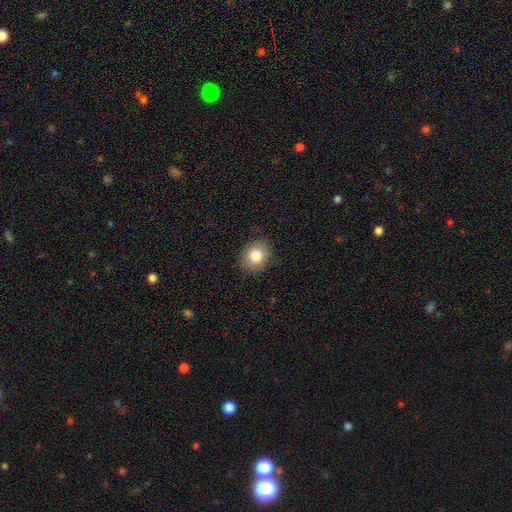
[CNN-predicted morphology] This appears to be a smooth galaxy with no disk features (83%) that is round (62%). Merging: none (88%).